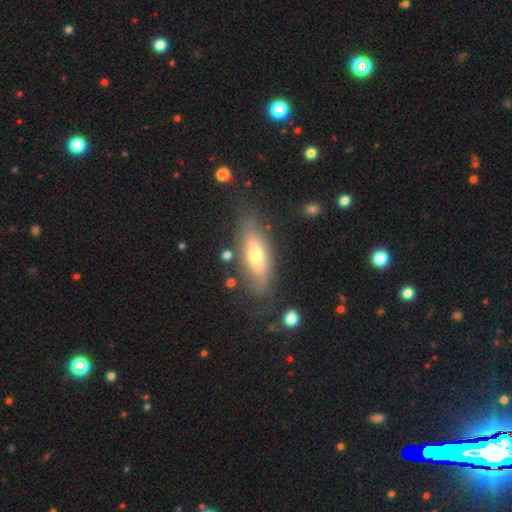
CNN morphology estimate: smooth_or_featured: featured or disk (p=0.49) [alt: smooth p=0.45]
merging: none (p=0.70) [alt: minor disturbance p=0.19]